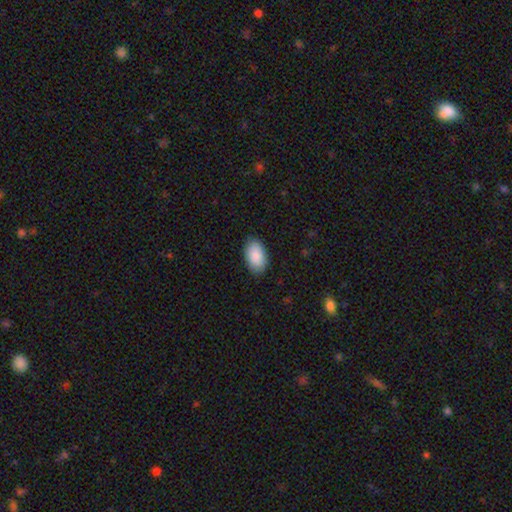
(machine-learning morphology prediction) Q: Smooth or featured?
A: smooth (90%); runner-up: star or artifact (6%)
Q: How rounded?
A: in between (95%); runner-up: round (4%)
Q: Merging?
A: none (87%); runner-up: minor disturbance (10%)